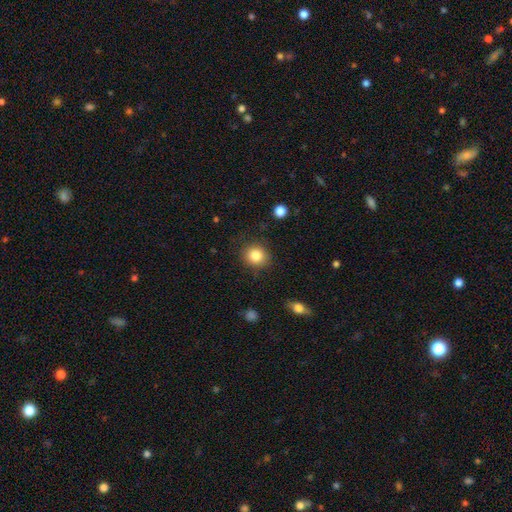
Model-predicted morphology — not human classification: smooth 84%, star or artifact 10%, featured or disk 6%. Down the decision tree: how rounded — round (84%); merging — none (87%).